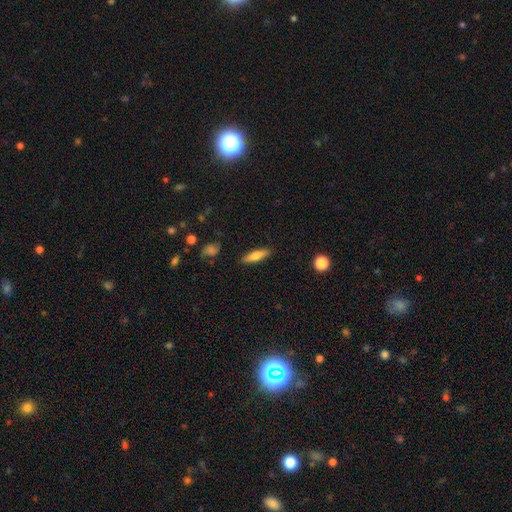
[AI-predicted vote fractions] The model was most divided on "how rounded": cigar-shaped: 64%, in between: 33%, round: 2%. More confident: merging — none (88%); smooth or featured — smooth (70%).